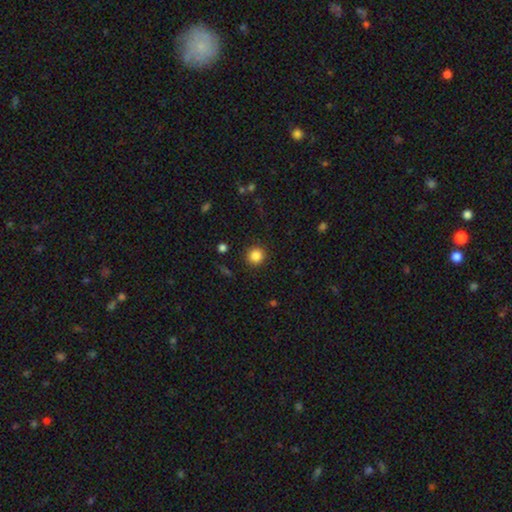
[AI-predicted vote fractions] This appears to be a smooth galaxy with no disk features (85%) that is round (93%). Merging: none (91%).